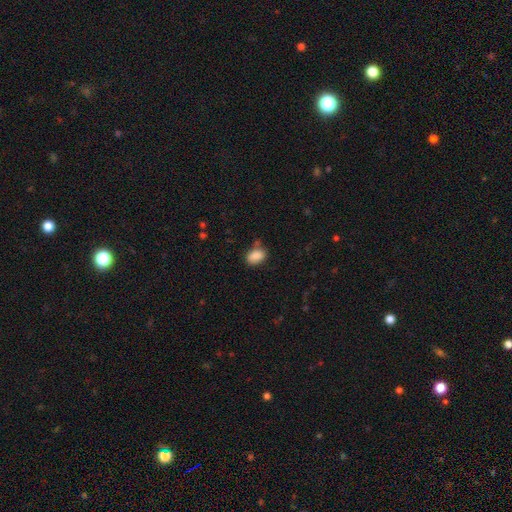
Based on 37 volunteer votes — smooth 84%, featured or disk 11%, star or artifact 5%. Down the decision tree: how rounded — in between (84%); merging — none (57%).